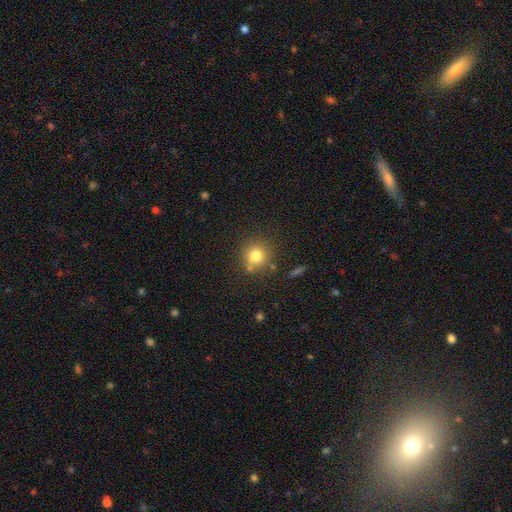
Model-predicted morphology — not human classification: Q: Smooth or featured?
A: smooth (77%); runner-up: star or artifact (14%)
Q: How rounded?
A: round (91%); runner-up: in between (8%)
Q: Merging?
A: none (75%); runner-up: minor disturbance (12%)